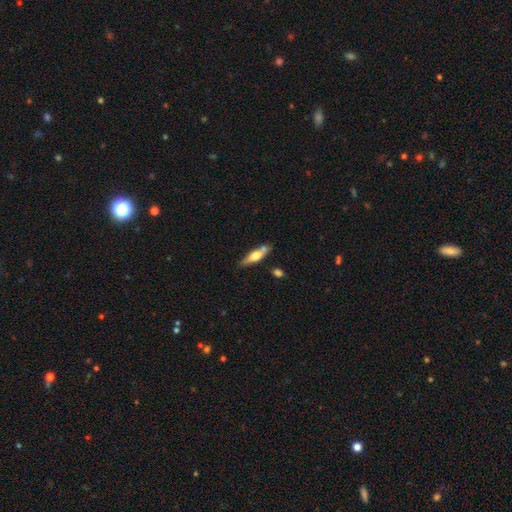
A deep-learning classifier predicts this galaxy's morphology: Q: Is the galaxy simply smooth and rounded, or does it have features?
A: smooth — 51%.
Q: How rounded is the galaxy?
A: cigar-shaped — 64%.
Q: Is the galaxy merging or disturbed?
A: none — 63%.